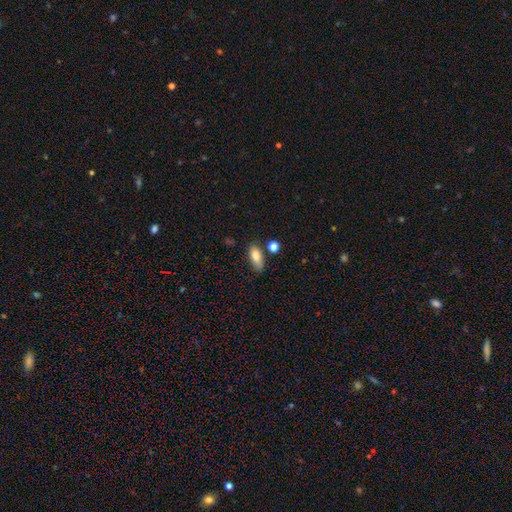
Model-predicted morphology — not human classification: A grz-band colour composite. It shows a smooth galaxy with no disk features (82%) that is in between round and cigar-shaped (82%). Merging: none (62%).